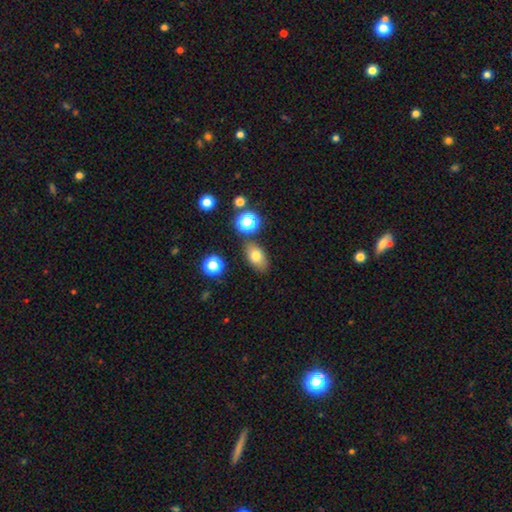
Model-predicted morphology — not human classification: Smooth or featured?
  - smooth: 75% *
  - featured or disk: 13%
  - star or artifact: 12%
How rounded?
  - in between: 84% *
  - round: 13%
  - cigar-shaped: 3%
Merging?
  - none: 79% *
  - minor disturbance: 12%
  - merger: 6%
  - major disturbance: 3%